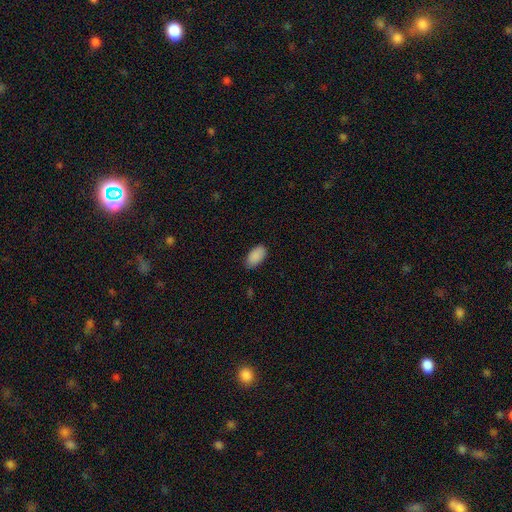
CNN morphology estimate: smooth-or-featured: smooth: 90% | star or artifact: 7% | featured or disk: 4%
  how-rounded: in between: 95% | round: 3% | cigar-shaped: 2%
  merging: none: 83% | minor disturbance: 13% | major disturbance: 2% | merger: 1%